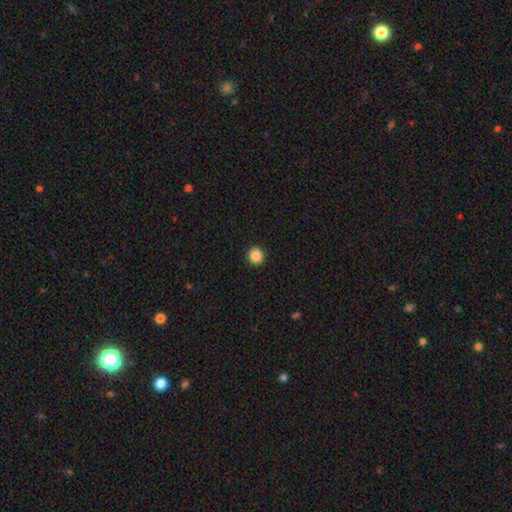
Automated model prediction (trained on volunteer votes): Smooth or featured: smooth — 87% (star or artifact — 10%)
How rounded: round — 93% (in between — 6%)
Merging: none — 93% (minor disturbance — 4%)